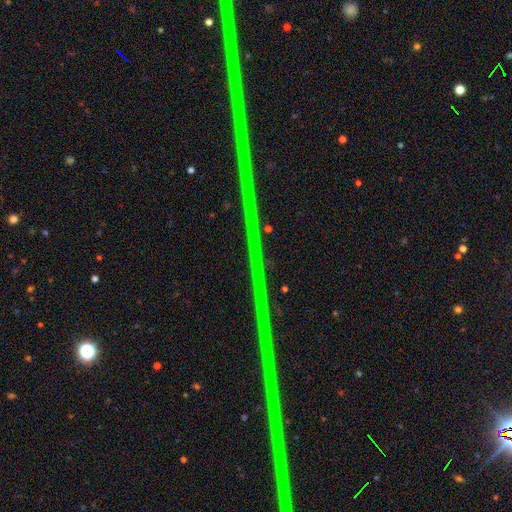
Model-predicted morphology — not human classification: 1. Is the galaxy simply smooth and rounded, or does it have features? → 88% star or artifact, 7% featured or disk, 5% smooth.